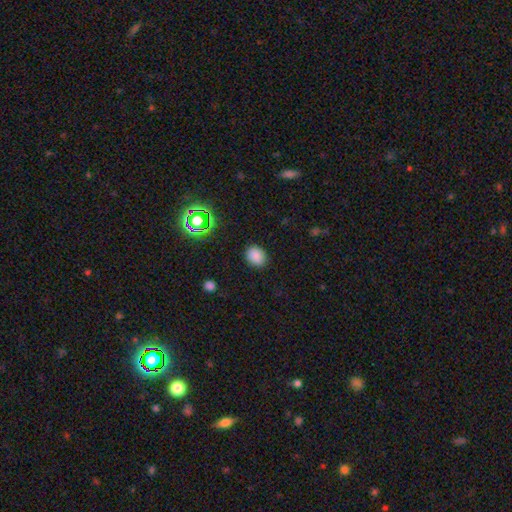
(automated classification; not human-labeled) smooth_or_featured: smooth (p=0.81) [alt: star or artifact p=0.14]
how_rounded: in between (p=0.50) [alt: round p=0.49]
merging: none (p=0.85) [alt: minor disturbance p=0.11]